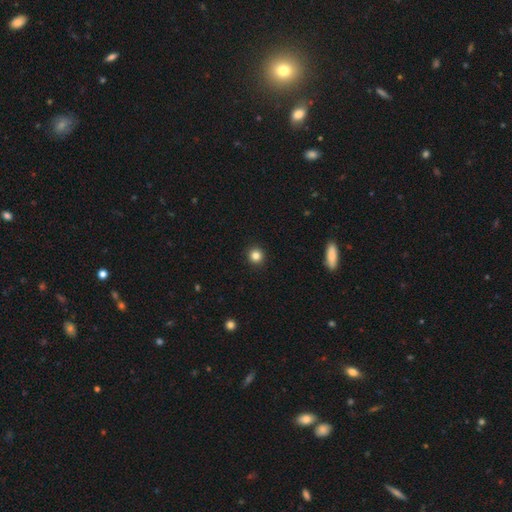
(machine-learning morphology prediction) A smooth galaxy with no disk features (83%) that is round (95%).

Vote fractions:
- Smooth or featured? smooth: 83% / star or artifact: 12% / featured or disk: 5%
- How rounded? round: 95% / in between: 5% / cigar-shaped: 1%
- Merging? none: 93% / minor disturbance: 4% / major disturbance: 1% / merger: 1%